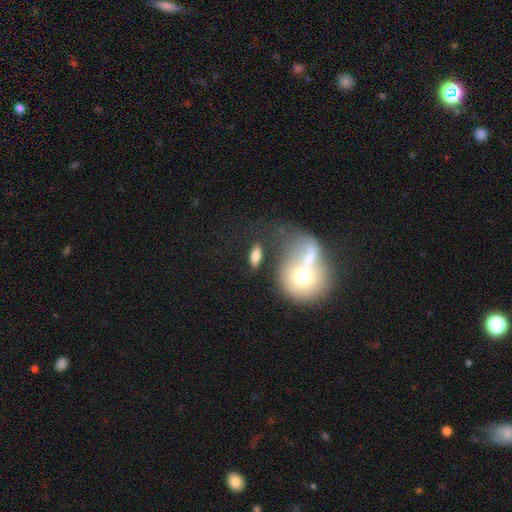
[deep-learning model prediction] This appears to be a smooth galaxy with no disk features (75%) that is in between round and cigar-shaped (72%). Merging: none (68%).